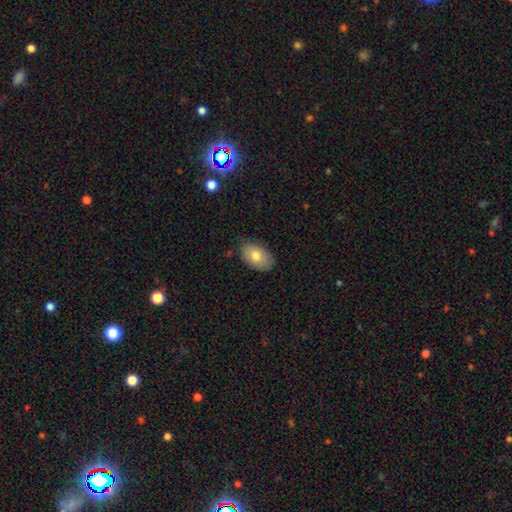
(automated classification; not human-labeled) Smooth or featured? smooth (76%)
How rounded? in between (89%)
Merging? none (78%)